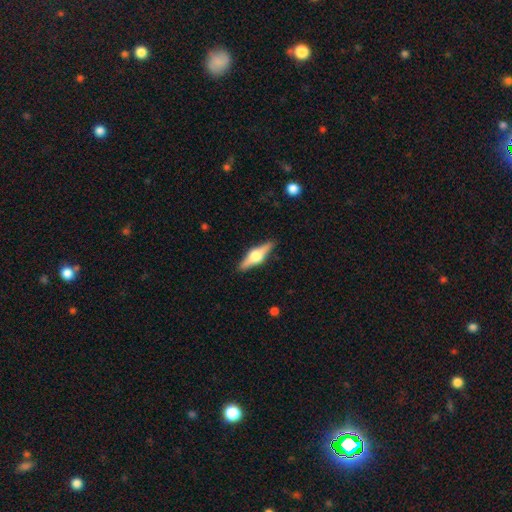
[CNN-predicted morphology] Smooth or featured?
  - featured or disk: 72% *
  - smooth: 23%
  - star or artifact: 6%
Edge-on disk?
  - yes: 97% *
  - no: 3%
Edge-on bulge?
  - rounded: 94% *
  - boxy: 4%
  - none: 1%
Merging?
  - none: 90% *
  - minor disturbance: 7%
  - major disturbance: 2%
  - merger: 1%